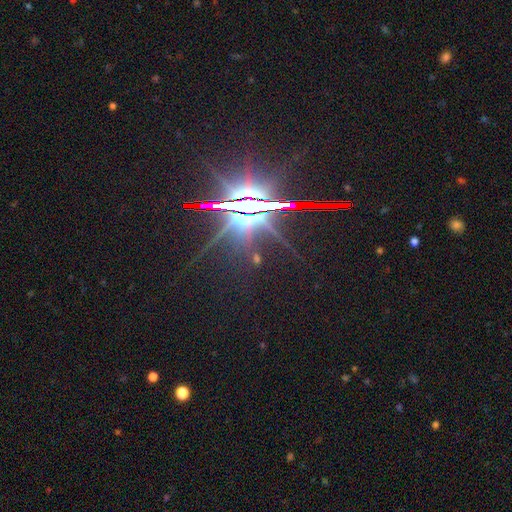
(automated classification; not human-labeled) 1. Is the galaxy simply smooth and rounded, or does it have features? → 83% star or artifact, 11% featured or disk, 6% smooth.